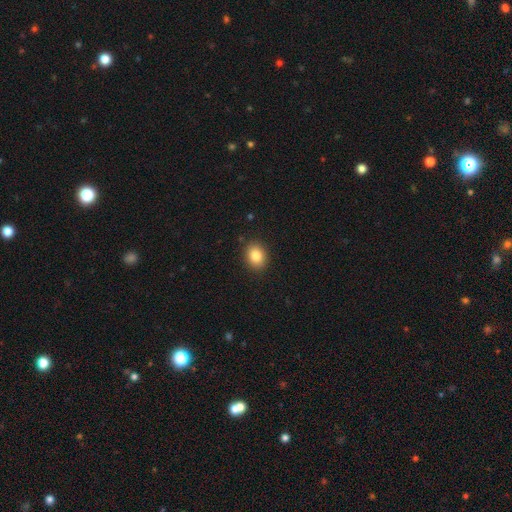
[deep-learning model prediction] This is clearly a smooth galaxy (85%). How rounded: possibly round (50%). Merging: clearly none (89%).